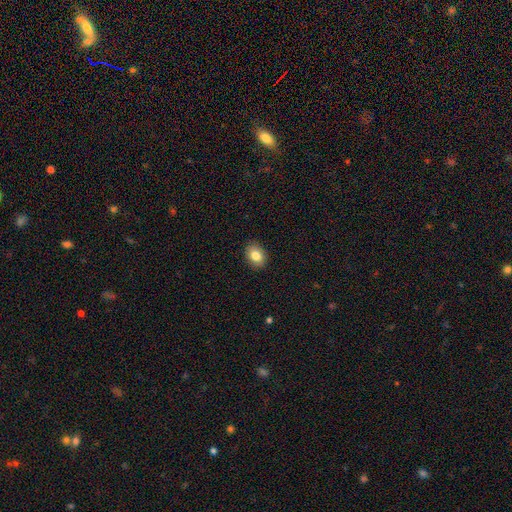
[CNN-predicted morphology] This is clearly a smooth galaxy (82%). How rounded: likely in between (62%). Merging: clearly none (89%).